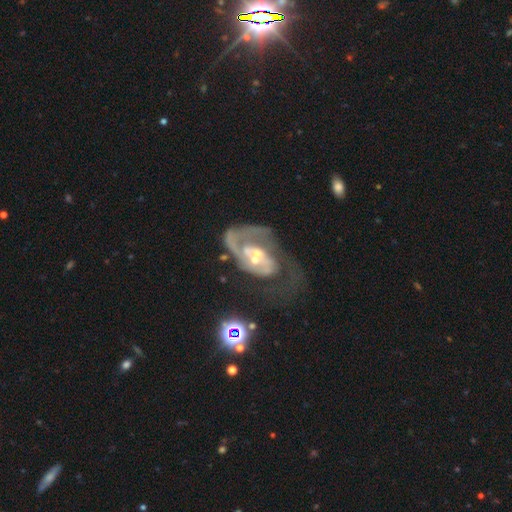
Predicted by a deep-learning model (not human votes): featured or disk 80%, smooth 12%, star or artifact 8%. Down the decision tree: edge-on disk — no (97%); bar — no (63%); spiral arms — yes (77%); spiral arm count — 1 (48%); spiral winding — medium (39%); bulge size — small (46%); merging — major disturbance (36%).